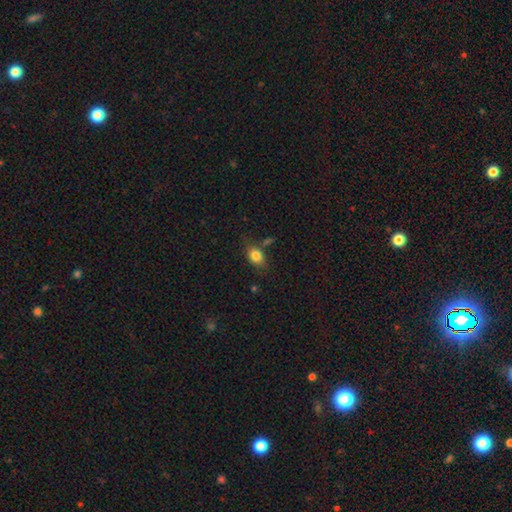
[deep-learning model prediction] Q: Smooth or featured?
A: smooth (82%); runner-up: star or artifact (9%)
Q: How rounded?
A: in between (67%); runner-up: round (31%)
Q: Merging?
A: none (67%); runner-up: minor disturbance (20%)